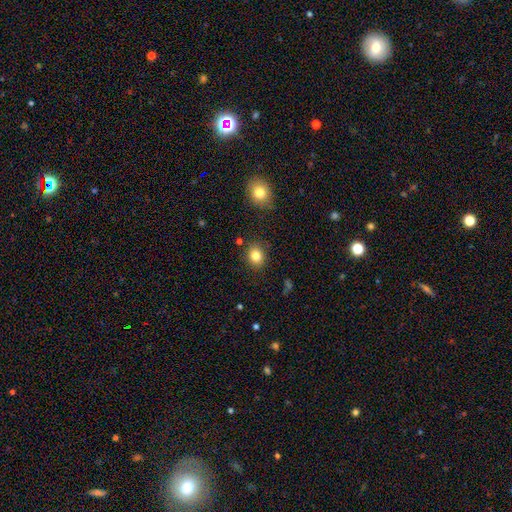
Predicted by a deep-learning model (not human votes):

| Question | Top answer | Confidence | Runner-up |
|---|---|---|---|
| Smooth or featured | smooth | 82% | star or artifact (11%) |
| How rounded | round | 65% | in between (34%) |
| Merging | none | 86% | minor disturbance (9%) |